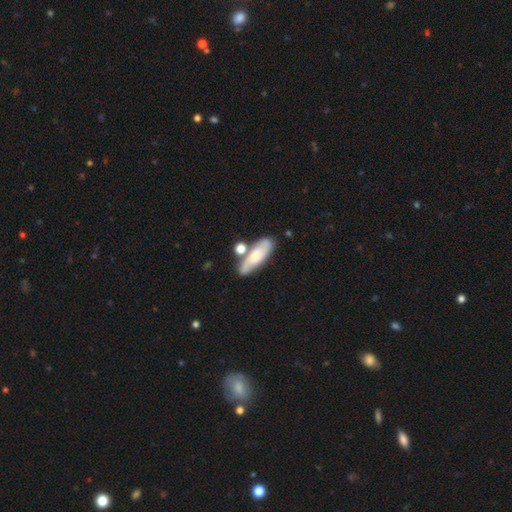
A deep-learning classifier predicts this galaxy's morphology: smooth-or-featured: smooth: 62% | featured or disk: 30% | star or artifact: 7%
  how-rounded: in between: 54% | cigar-shaped: 43% | round: 4%
  merging: none: 57% | merger: 22% | minor disturbance: 16% | major disturbance: 5%